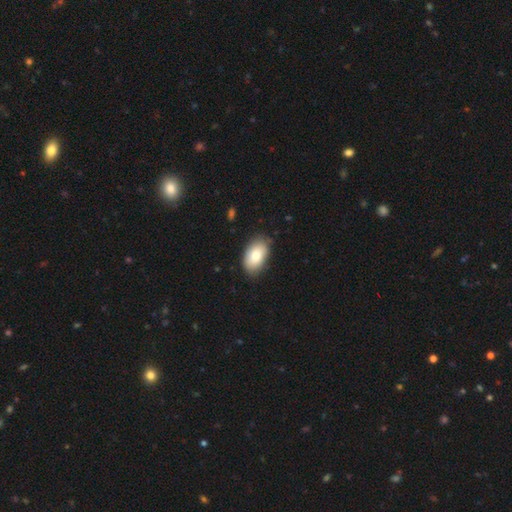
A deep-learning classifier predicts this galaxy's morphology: smooth_or_featured: smooth (p=0.81) [alt: featured or disk p=0.12]
how_rounded: in between (p=0.94) [alt: round p=0.05]
merging: none (p=0.81) [alt: minor disturbance p=0.15]